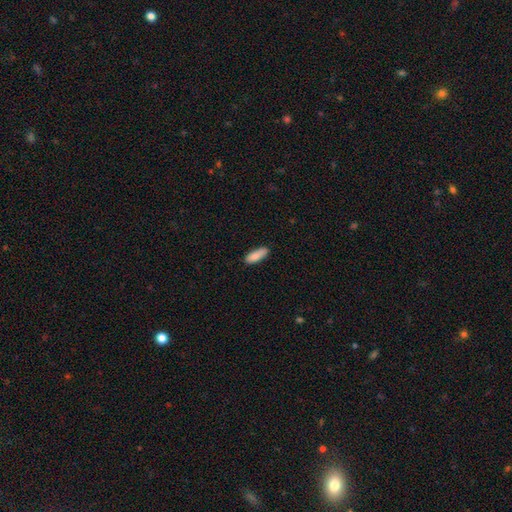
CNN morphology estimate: A smooth galaxy with no disk features (88%) that is in between round and cigar-shaped (63%). Merging: none (80%).